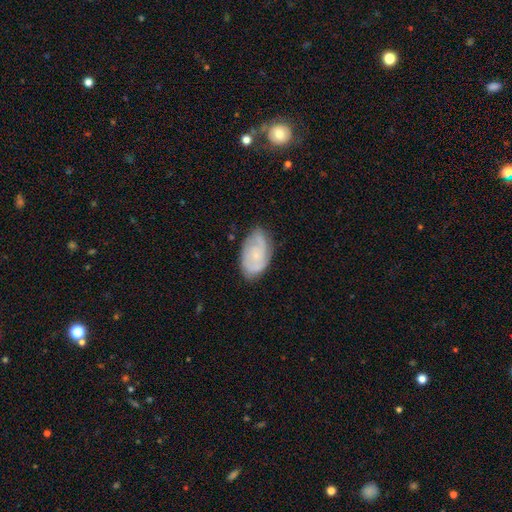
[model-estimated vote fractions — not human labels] A featured or disk galaxy (68%) with no bar (73%), 2 (52%) tight (52%) spiral arms (90%) and a small central bulge (73%). Merging: none (73%).